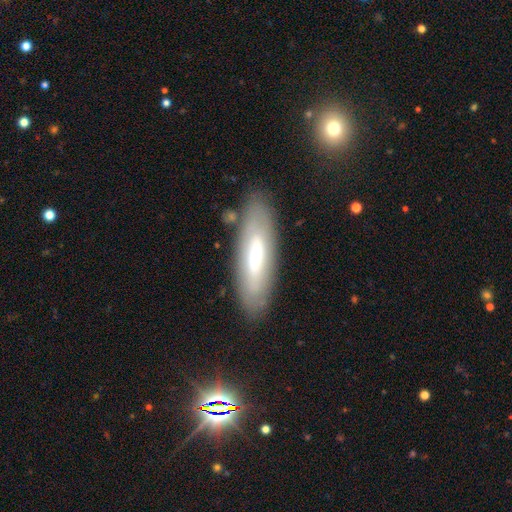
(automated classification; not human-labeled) This appears to be a featured or disk galaxy (47%). Merging: none (81%).